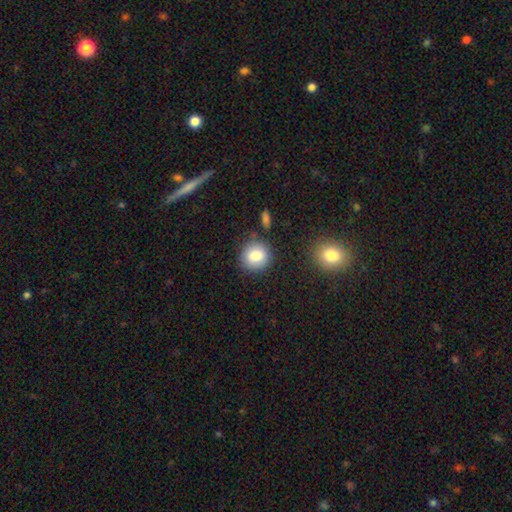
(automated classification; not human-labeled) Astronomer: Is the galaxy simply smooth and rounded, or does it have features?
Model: smooth — 83%.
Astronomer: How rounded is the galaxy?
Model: round — 86%.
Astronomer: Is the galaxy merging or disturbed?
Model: none — 81%.